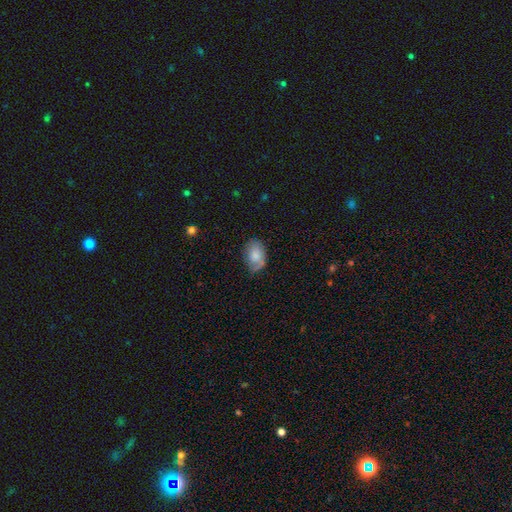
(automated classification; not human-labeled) Morphology: type=smooth (72%); roundness=in between (86%); merging=none (61%).